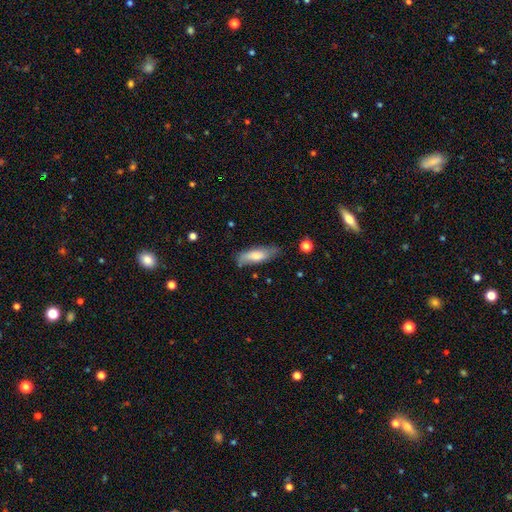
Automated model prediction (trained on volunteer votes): Q: Smooth or featured?
A: smooth (70%); runner-up: featured or disk (24%)
Q: How rounded?
A: in between (55%); runner-up: cigar-shaped (43%)
Q: Merging?
A: none (69%); runner-up: minor disturbance (24%)